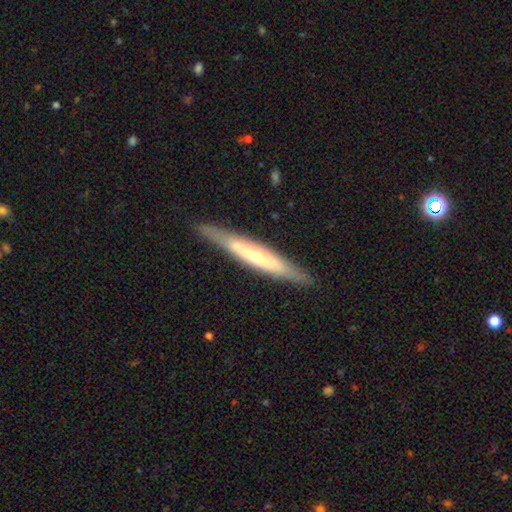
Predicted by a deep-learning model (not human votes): Smooth or featured? Predicted: featured or disk (p=0.54). Edge-on disk? Predicted: yes (p=0.89). Merging? Predicted: none (p=0.88).